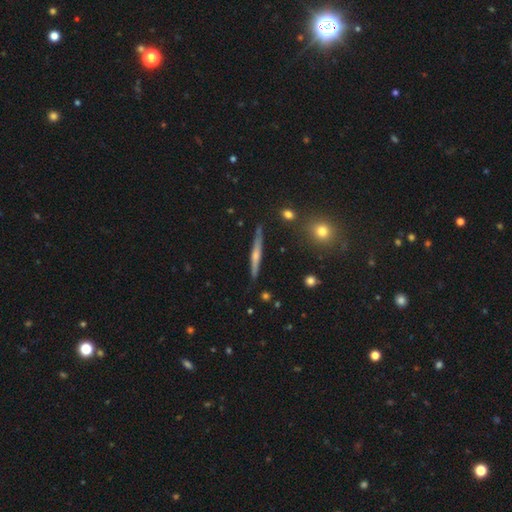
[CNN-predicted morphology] Smooth or featured? featured or disk (66%)
Edge-on disk? yes (97%)
Edge-on bulge? rounded (68%)
Merging? none (88%)